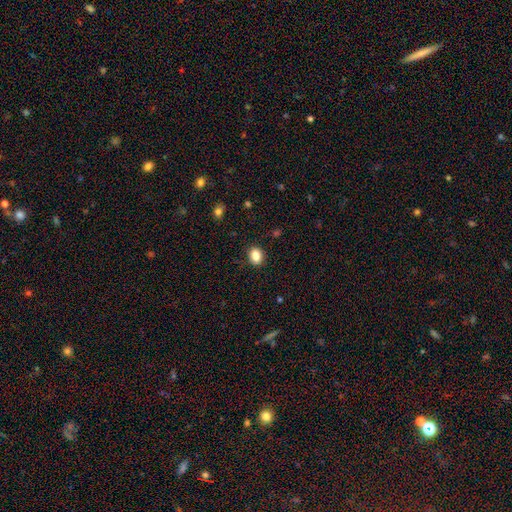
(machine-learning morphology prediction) Smooth or featured? Predicted: smooth (p=0.86). How rounded? Predicted: in between (p=0.51). Merging? Predicted: none (p=0.88).